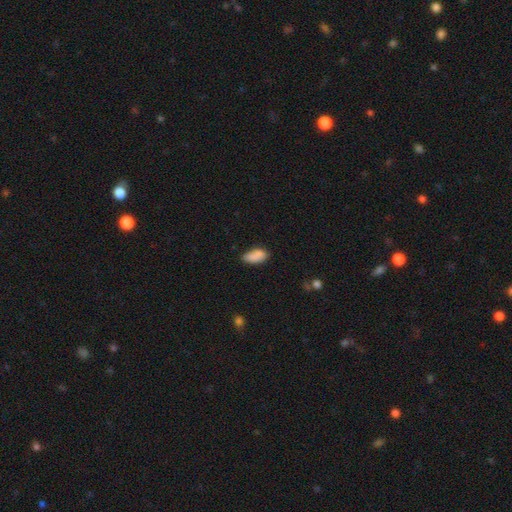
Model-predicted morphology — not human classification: This appears to be a smooth galaxy with no disk features (86%) that is in between round and cigar-shaped (89%). Merging: none (69%).